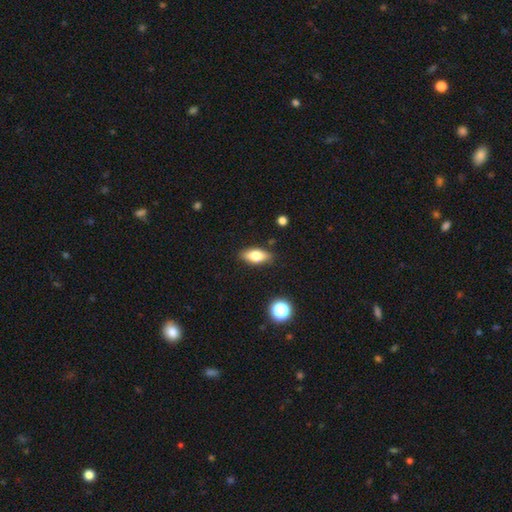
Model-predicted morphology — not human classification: Smooth or featured? Predicted: smooth (p=0.76). How rounded? Predicted: in between (p=0.82). Merging? Predicted: none (p=0.85).